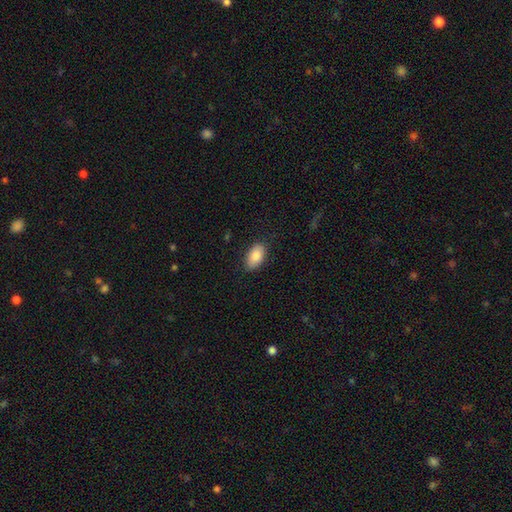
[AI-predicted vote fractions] A smooth galaxy with no disk features (88%) that is in between round and cigar-shaped (94%).

Vote fractions:
- Smooth or featured? smooth: 88% / star or artifact: 6% / featured or disk: 6%
- How rounded? in between: 94% / round: 4% / cigar-shaped: 2%
- Merging? none: 83% / minor disturbance: 13% / major disturbance: 3% / merger: 1%